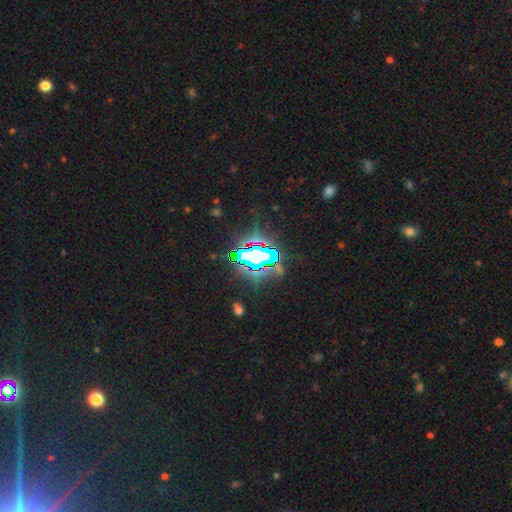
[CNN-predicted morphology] A star or artifact, not a galaxy (74%).

Vote fractions:
- Smooth or featured? star or artifact: 74% / smooth: 13% / featured or disk: 13%